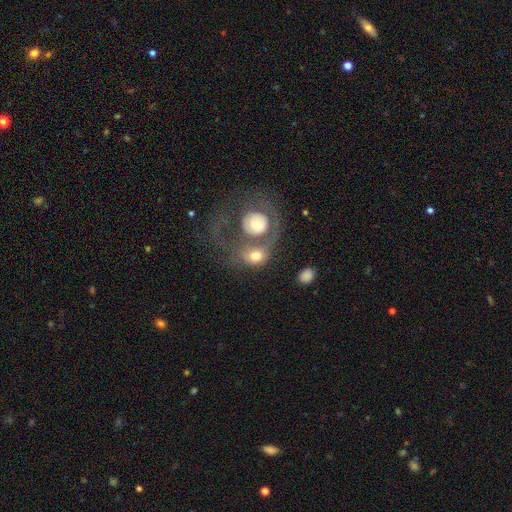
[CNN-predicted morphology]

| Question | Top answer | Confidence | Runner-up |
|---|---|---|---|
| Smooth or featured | smooth | 61% | featured or disk (31%) |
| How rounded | round | 68% | in between (31%) |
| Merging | merger | 53% | none (20%) |